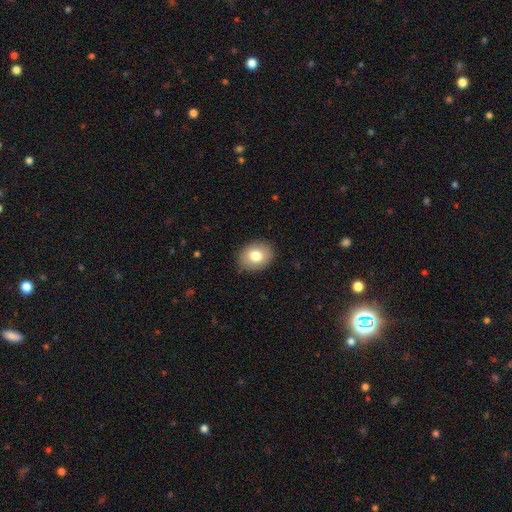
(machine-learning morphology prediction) smooth-or-featured: smooth: 79% | featured or disk: 12% | star or artifact: 8%
  how-rounded: in between: 56% | round: 44% | cigar-shaped: 1%
  merging: none: 89% | minor disturbance: 8% | major disturbance: 2% | merger: 1%